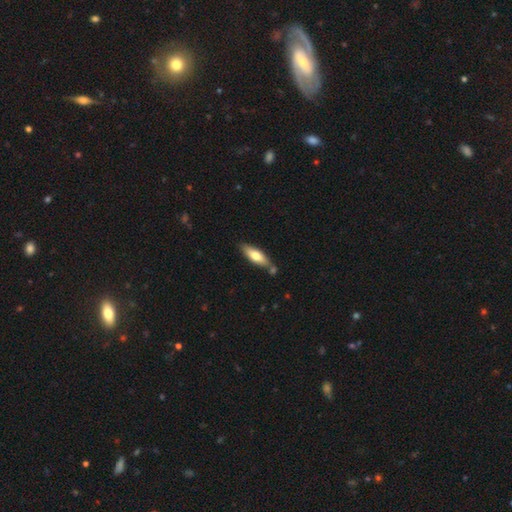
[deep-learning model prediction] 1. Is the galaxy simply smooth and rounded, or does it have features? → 68% smooth, 27% featured or disk, 5% star or artifact.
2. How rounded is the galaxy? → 53% in between, 45% cigar-shaped, 2% round.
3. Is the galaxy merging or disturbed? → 70% none, 15% minor disturbance, 12% merger, 3% major disturbance.